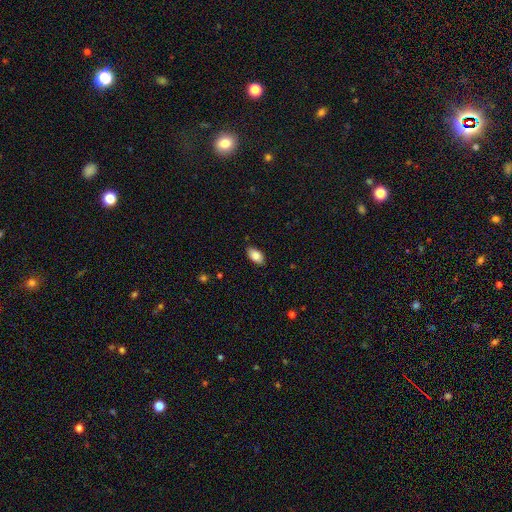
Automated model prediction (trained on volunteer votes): Smooth or featured? Predicted: smooth (p=0.84). How rounded? Predicted: in between (p=0.94). Merging? Predicted: none (p=0.87).